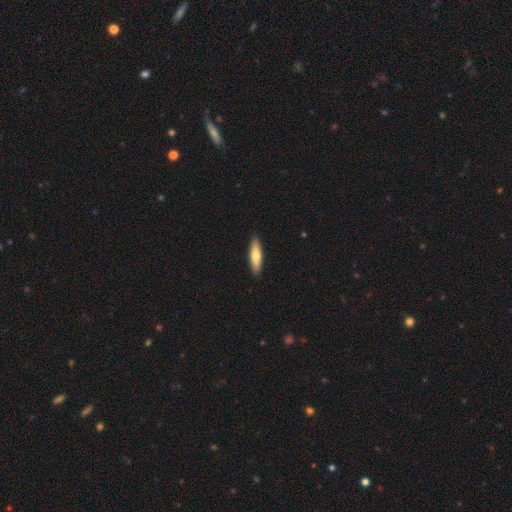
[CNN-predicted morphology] The model was most divided on "how rounded": cigar-shaped: 66%, in between: 33%, round: 2%. More confident: merging — none (90%); smooth or featured — smooth (67%).